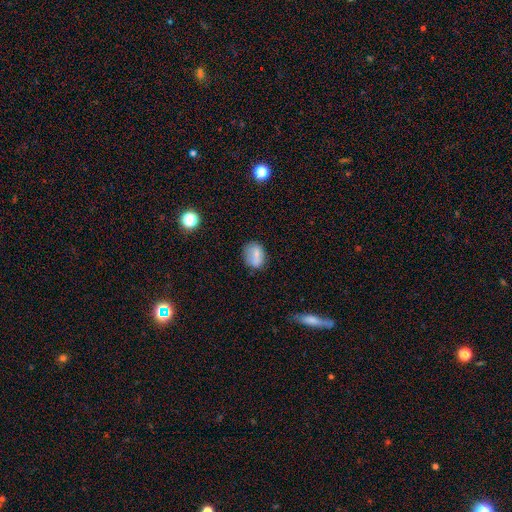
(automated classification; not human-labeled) Smooth or featured? Predicted: smooth (p=0.72). How rounded? Predicted: in between (p=0.62). Merging? Predicted: none (p=0.66).